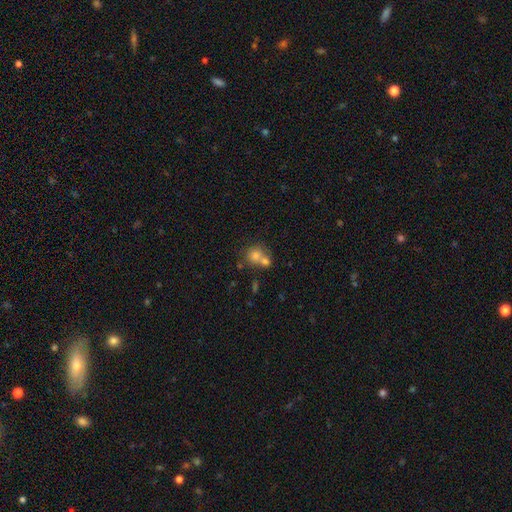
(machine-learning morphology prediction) smooth_or_featured: smooth (p=0.72) [alt: featured or disk p=0.15]
how_rounded: round (p=0.77) [alt: in between p=0.22]
merging: merger (p=0.54) [alt: none p=0.35]